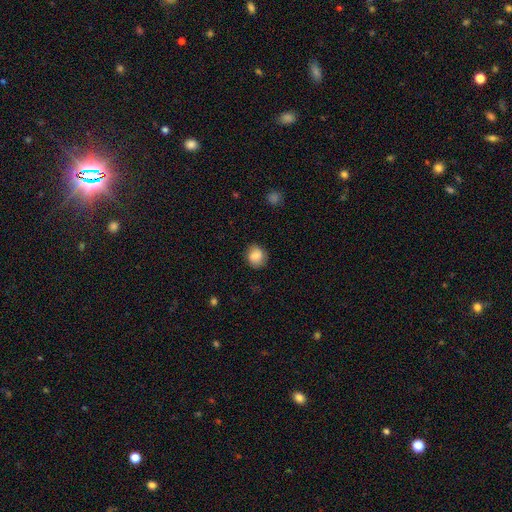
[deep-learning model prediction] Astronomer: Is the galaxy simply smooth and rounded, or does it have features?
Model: smooth — 83%.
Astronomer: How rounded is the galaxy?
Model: round — 78%.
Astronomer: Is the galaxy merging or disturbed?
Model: none — 83%.